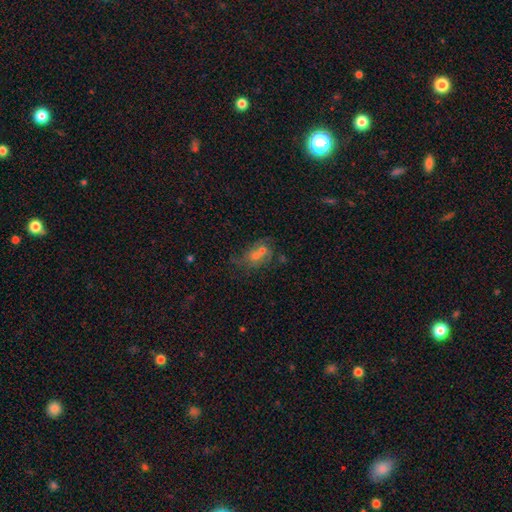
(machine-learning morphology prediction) smooth_or_featured: smooth (p=0.37) [alt: star or artifact p=0.32]
merging: none (p=0.42) [alt: merger p=0.31]